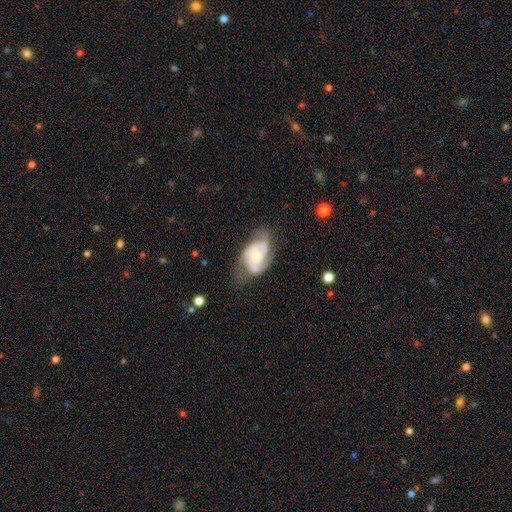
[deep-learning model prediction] Morphology: type=featured or disk (76%); edge-on=no (96%); bar=no (62%); spiral arms=yes (88%); winding=medium (46%); arm count=2 (63%); bulge=moderate (49%); merging=none (47%).